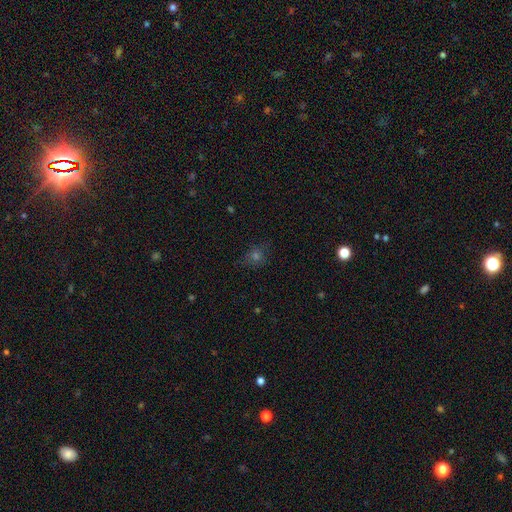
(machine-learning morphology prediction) A smooth galaxy with no disk features (53%) that is round (77%). Merging: none (78%).